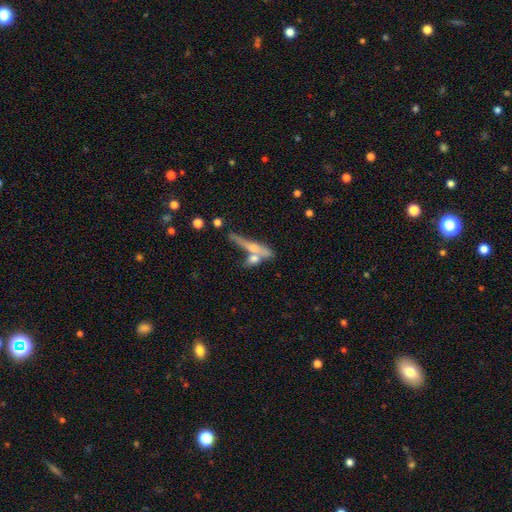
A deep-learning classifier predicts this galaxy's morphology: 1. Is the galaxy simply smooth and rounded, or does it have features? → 52% smooth, 40% featured or disk, 8% star or artifact.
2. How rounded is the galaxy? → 72% cigar-shaped, 22% in between, 6% round.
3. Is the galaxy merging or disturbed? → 40% none, 37% merger, 14% minor disturbance, 9% major disturbance.